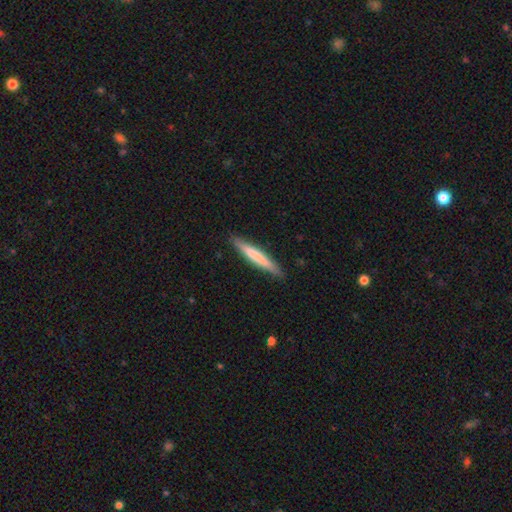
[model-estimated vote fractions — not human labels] Smooth or featured: smooth — 65% (featured or disk — 30%)
How rounded: cigar-shaped — 95% (in between — 4%)
Merging: none — 89% (minor disturbance — 9%)